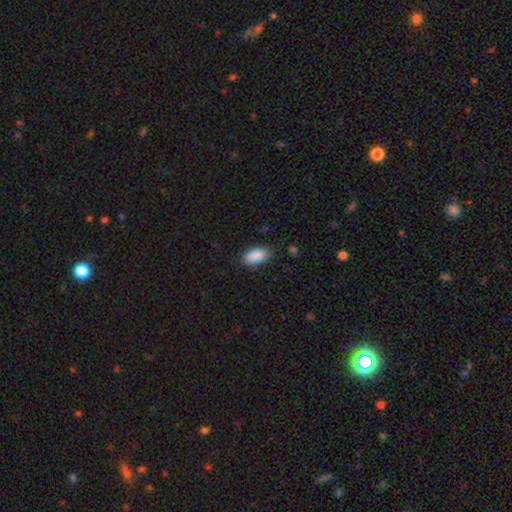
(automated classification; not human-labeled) A smooth galaxy with no disk features (90%) that is in between round and cigar-shaped (93%).

Vote fractions:
- Smooth or featured? smooth: 90% / star or artifact: 7% / featured or disk: 3%
- How rounded? in between: 93% / cigar-shaped: 4% / round: 3%
- Merging? none: 83% / minor disturbance: 13% / major disturbance: 3% / merger: 1%